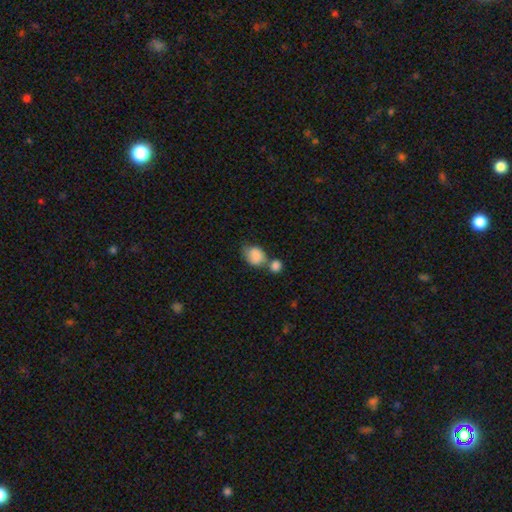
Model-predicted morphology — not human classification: Smooth or featured?
  - smooth: 83% *
  - featured or disk: 9%
  - star or artifact: 7%
How rounded?
  - in between: 56% *
  - round: 43%
  - cigar-shaped: 1%
Merging?
  - merger: 50% *
  - none: 28%
  - minor disturbance: 15%
  - major disturbance: 7%